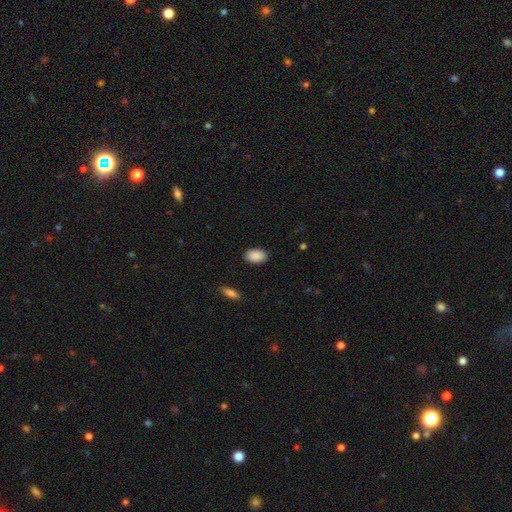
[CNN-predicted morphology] This is clearly a smooth galaxy (90%). How rounded: clearly in between (92%). Merging: clearly none (88%).